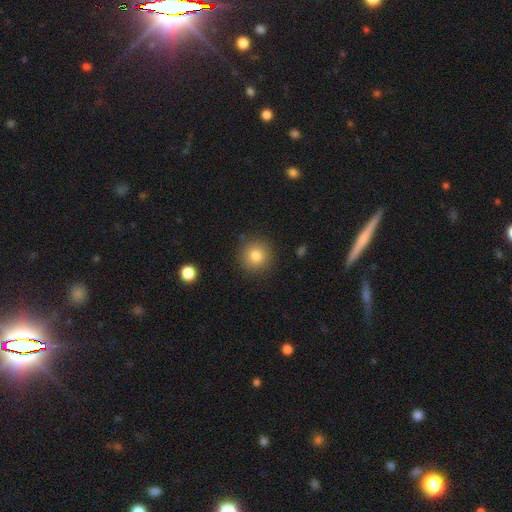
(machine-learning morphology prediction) smooth 82%, star or artifact 11%, featured or disk 7%. Down the decision tree: how rounded — round (93%); merging — none (89%).